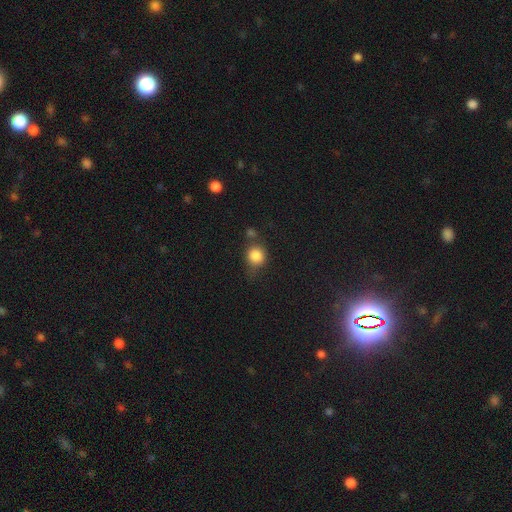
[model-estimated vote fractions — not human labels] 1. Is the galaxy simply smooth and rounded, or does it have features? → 83% smooth, 10% star or artifact, 6% featured or disk.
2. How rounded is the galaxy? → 80% round, 19% in between, 1% cigar-shaped.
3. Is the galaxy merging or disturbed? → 56% none, 23% minor disturbance, 13% merger, 8% major disturbance.